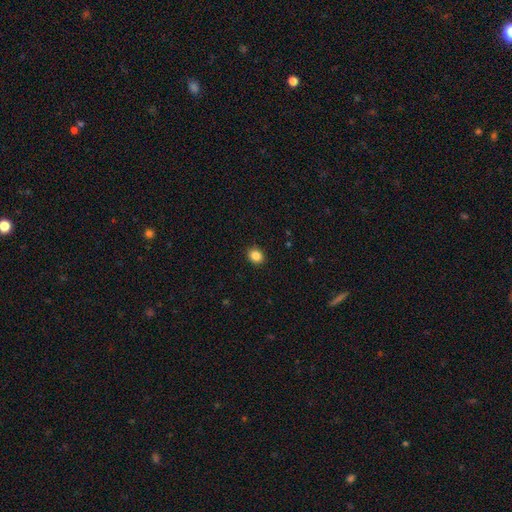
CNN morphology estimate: Smooth or featured: smooth — 85% (star or artifact — 10%)
How rounded: round — 63% (in between — 36%)
Merging: none — 91% (minor disturbance — 6%)